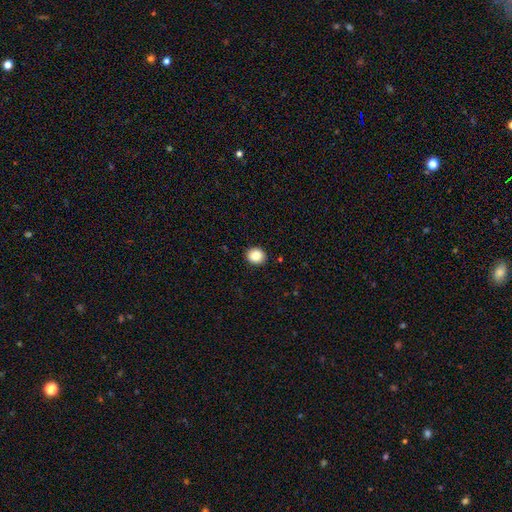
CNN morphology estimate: type=smooth (86%); roundness=round (83%); merging=none (92%).